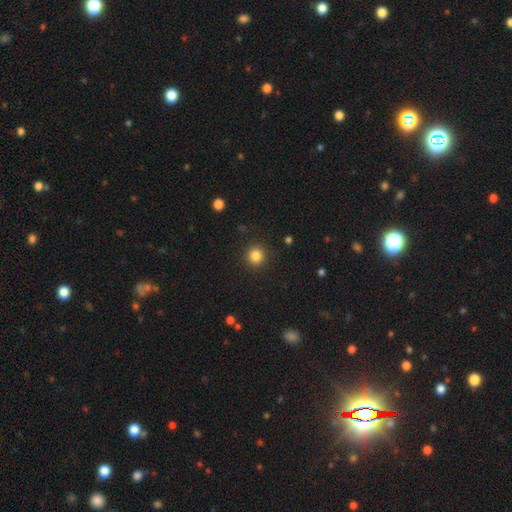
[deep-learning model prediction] This appears to be a smooth galaxy with no disk features (84%) that is round (93%). Merging: none (91%).